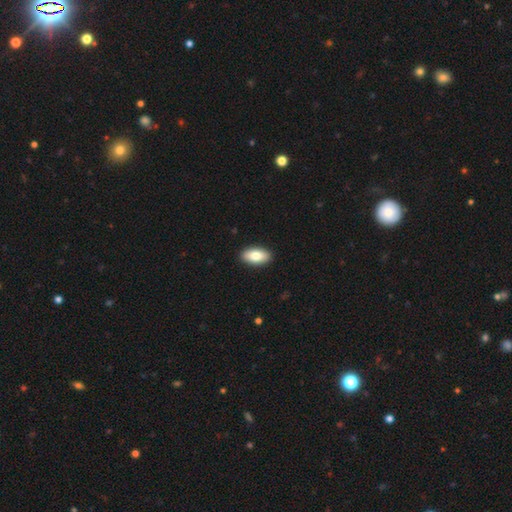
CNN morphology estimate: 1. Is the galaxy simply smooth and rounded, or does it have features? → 82% smooth, 12% featured or disk, 6% star or artifact.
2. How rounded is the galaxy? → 92% in between, 5% cigar-shaped, 3% round.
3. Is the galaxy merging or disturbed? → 91% none, 6% minor disturbance, 2% major disturbance, 1% merger.